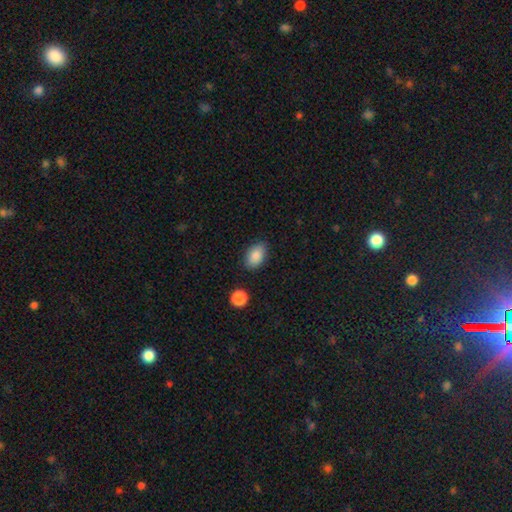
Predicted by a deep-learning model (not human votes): A smooth galaxy with no disk features (87%) that is in between round and cigar-shaped (89%).

Vote fractions:
- Smooth or featured? smooth: 87% / star or artifact: 8% / featured or disk: 5%
- How rounded? in between: 89% / round: 10% / cigar-shaped: 2%
- Merging? none: 83% / minor disturbance: 12% / major disturbance: 3% / merger: 2%